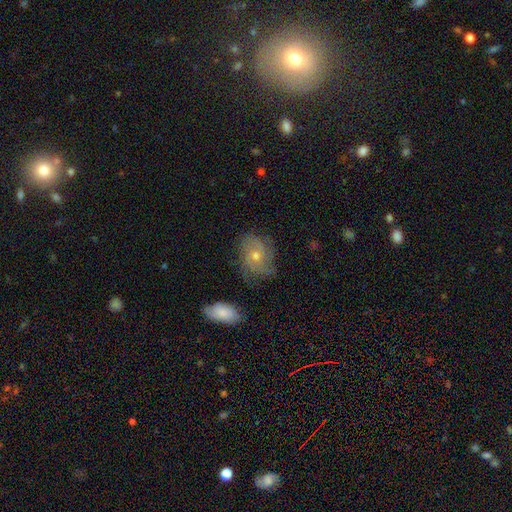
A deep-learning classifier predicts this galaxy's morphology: A featured or disk galaxy (66%) with no bar (79%), tight (48%) spiral arms (88%) and a moderate central bulge (52%). Merging: none (70%).